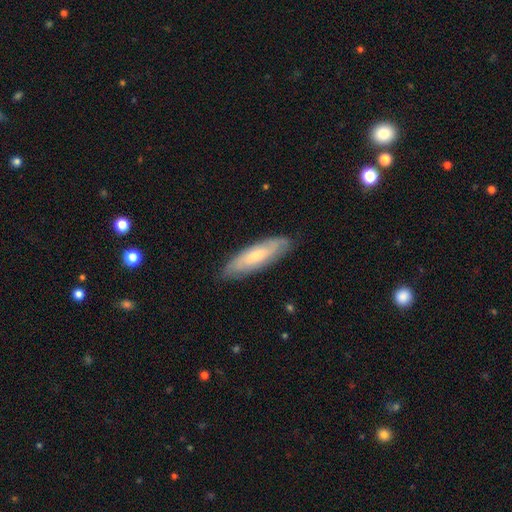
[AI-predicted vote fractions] A featured or disk galaxy (48%). Merging: none (83%).